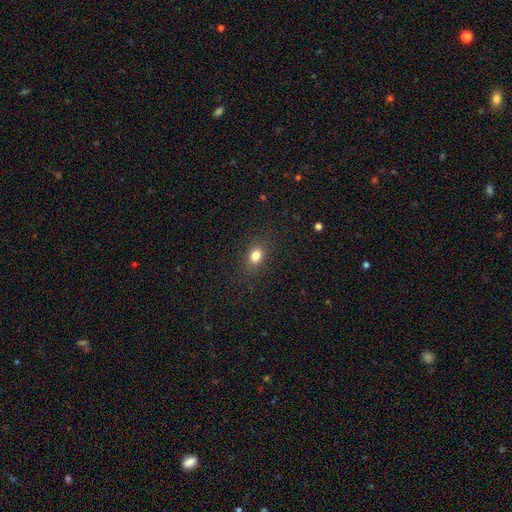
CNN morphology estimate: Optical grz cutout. It shows a smooth galaxy with no disk features (81%) that is in between round and cigar-shaped (60%). Merging: none (85%).